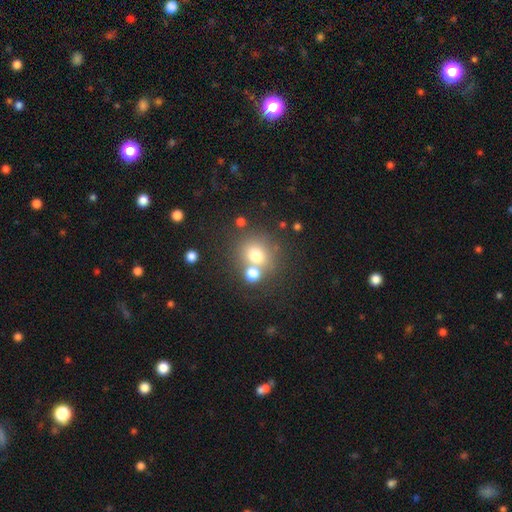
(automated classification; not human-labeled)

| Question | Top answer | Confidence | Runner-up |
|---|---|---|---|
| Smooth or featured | smooth | 71% | star or artifact (16%) |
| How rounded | round | 82% | in between (17%) |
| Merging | none | 59% | merger (27%) |